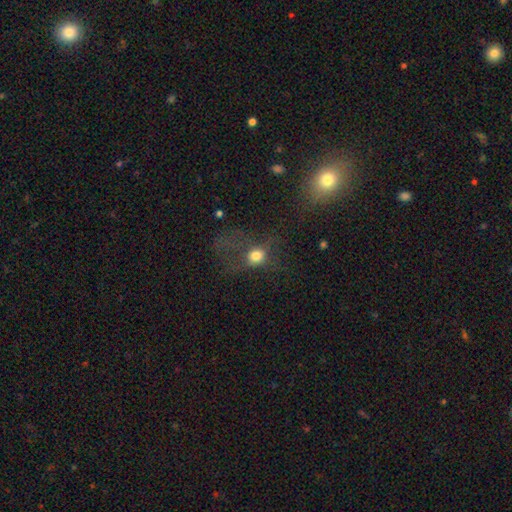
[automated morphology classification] smooth 66%, featured or disk 17%, star or artifact 17%. Down the decision tree: how rounded — round (59%); merging — major disturbance (46%).